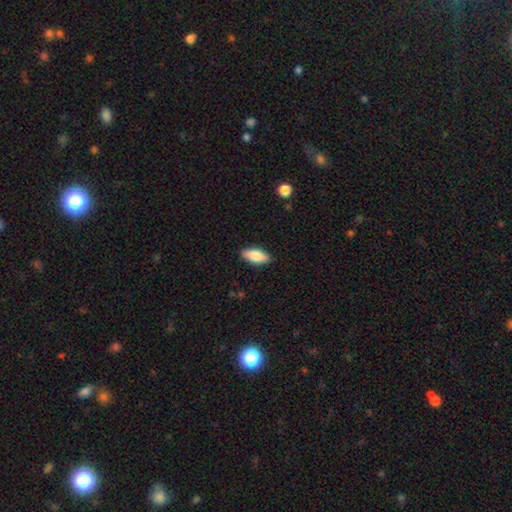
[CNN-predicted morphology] This is clearly a smooth galaxy (83%). How rounded: clearly in between (85%). Merging: clearly none (89%).